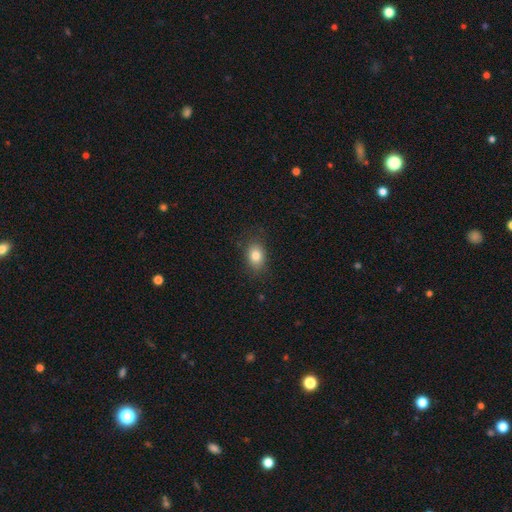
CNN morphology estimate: This appears to be a smooth galaxy with no disk features (82%) that is in between round and cigar-shaped (77%). Merging: none (82%).